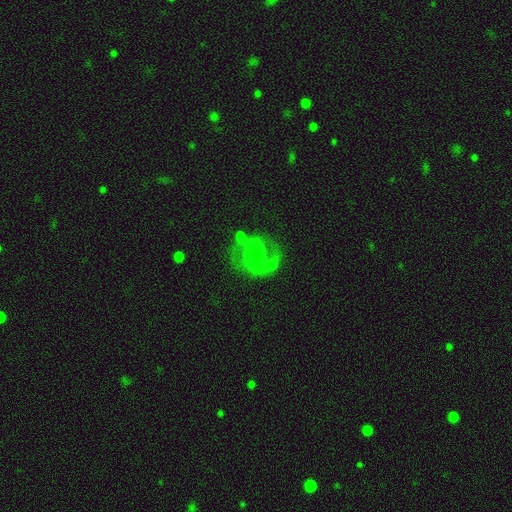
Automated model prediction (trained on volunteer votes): A featured or disk galaxy (70%) with a weak bar (42%), 2 (86%) medium (52%) spiral arms (79%) and a small central bulge (52%). Merging: none (59%).